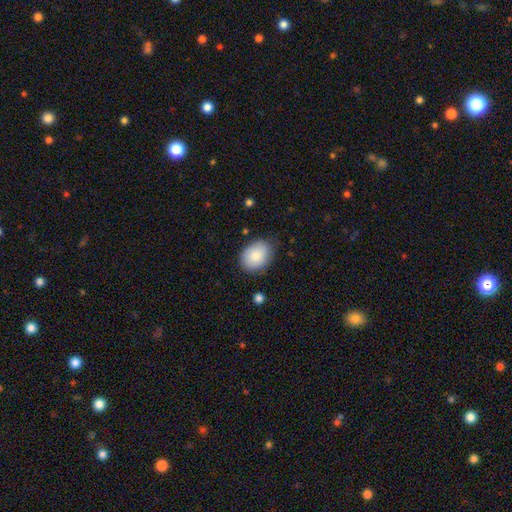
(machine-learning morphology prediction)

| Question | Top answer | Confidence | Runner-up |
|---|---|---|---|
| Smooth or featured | smooth | 85% | featured or disk (8%) |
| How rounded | in between | 70% | round (29%) |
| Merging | none | 77% | minor disturbance (18%) |